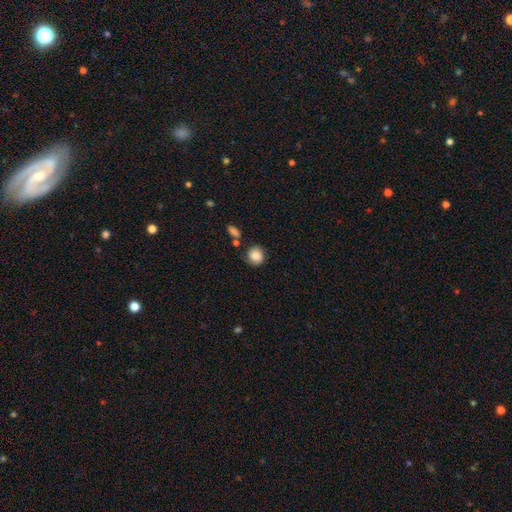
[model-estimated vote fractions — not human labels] A smooth galaxy with no disk features (85%) that is round (86%). Merging: none (72%).